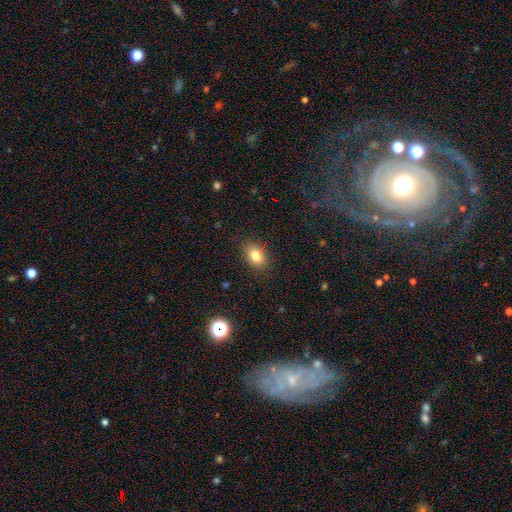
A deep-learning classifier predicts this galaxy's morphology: smooth 80%, star or artifact 11%, featured or disk 9%. Down the decision tree: how rounded — in between (73%); merging — none (85%).